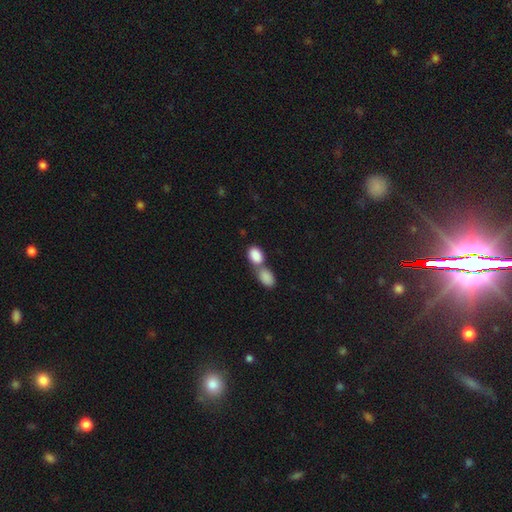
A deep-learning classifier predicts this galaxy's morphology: This is clearly a smooth galaxy (87%). How rounded: clearly in between (88%). Merging: likely merger (68%).